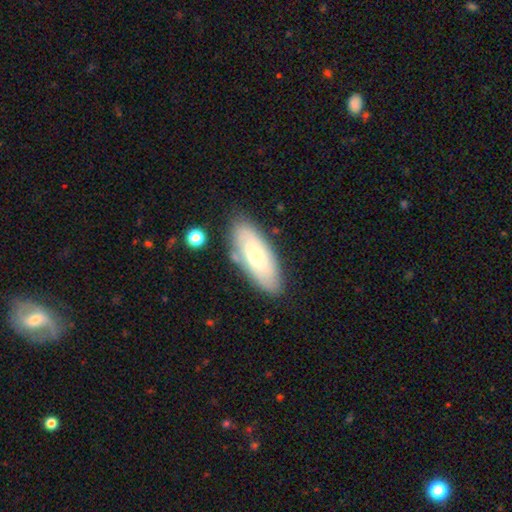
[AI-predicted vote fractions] featured or disk 51%, smooth 43%, star or artifact 6%. Down the decision tree: edge-on disk — no (83%); merging — none (77%).